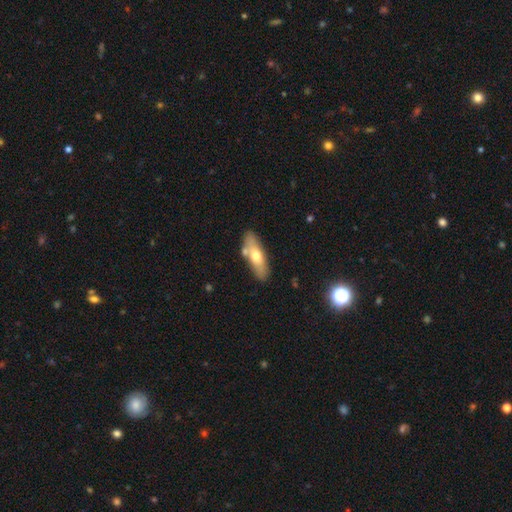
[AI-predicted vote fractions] Q: Smooth or featured?
A: smooth (56%); runner-up: featured or disk (38%)
Q: How rounded?
A: in between (55%); runner-up: cigar-shaped (42%)
Q: Merging?
A: none (73%); runner-up: minor disturbance (13%)